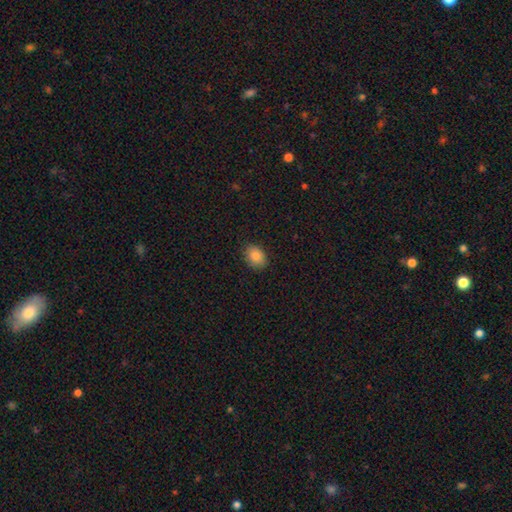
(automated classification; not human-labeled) smooth_or_featured: smooth (p=0.85) [alt: star or artifact p=0.09]
how_rounded: in between (p=0.71) [alt: round p=0.28]
merging: none (p=0.87) [alt: minor disturbance p=0.10]